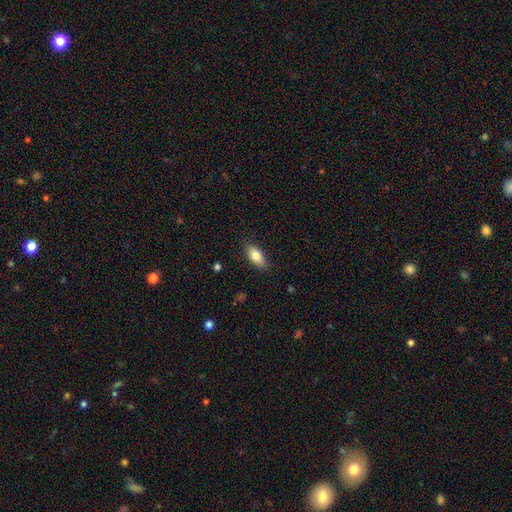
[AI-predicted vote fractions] Smooth or featured? Predicted: smooth (p=0.80). How rounded? Predicted: in between (p=0.86). Merging? Predicted: none (p=0.86).